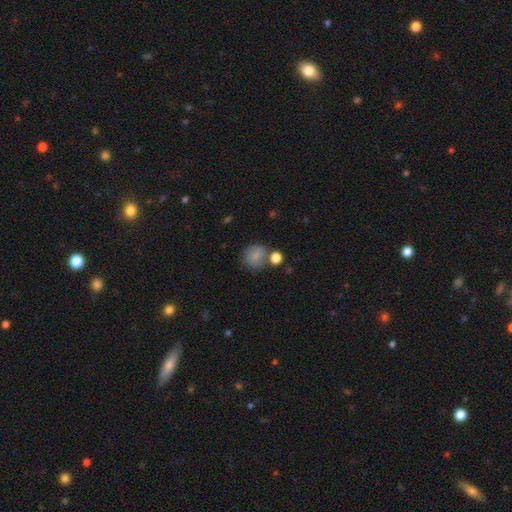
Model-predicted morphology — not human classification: A smooth galaxy with no disk features (82%) that is round (82%). Merging: none (63%).